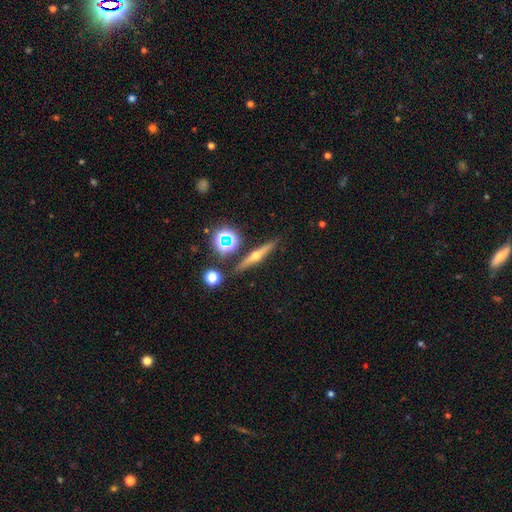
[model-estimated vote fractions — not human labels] smooth-or-featured: featured or disk: 65% | smooth: 23% | star or artifact: 11%
  disk-edge-on: yes: 96% | no: 4%
    edge-on-bulge: rounded: 94% | none: 4% | boxy: 2%
  merging: none: 87% | minor disturbance: 8% | merger: 3% | major disturbance: 2%